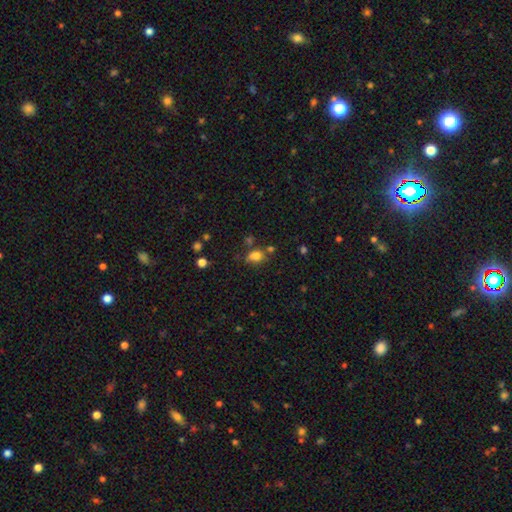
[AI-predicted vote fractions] A smooth galaxy with no disk features (79%) that is in between round and cigar-shaped (77%). Merging: none (59%).